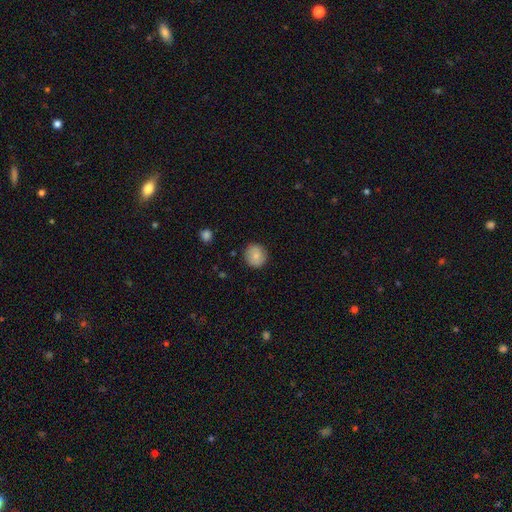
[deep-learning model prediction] This appears to be a smooth galaxy with no disk features (81%) that is round (92%). Merging: none (88%).